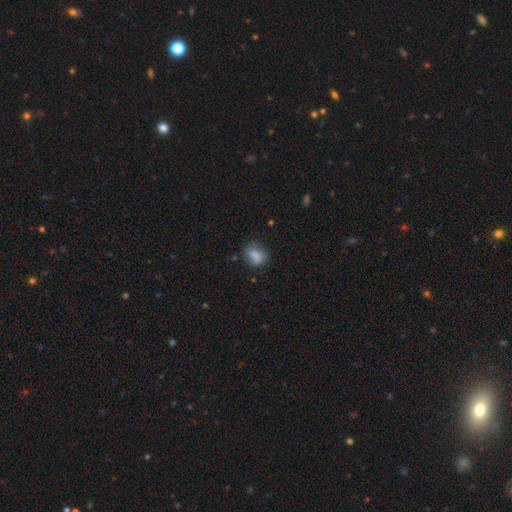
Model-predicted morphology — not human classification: A smooth galaxy with no disk features (78%) that is in between round and cigar-shaped (61%).

Vote fractions:
- Smooth or featured? smooth: 78% / featured or disk: 12% / star or artifact: 10%
- How rounded? in between: 61% / round: 36% / cigar-shaped: 3%
- Merging? none: 58% / minor disturbance: 26% / major disturbance: 10% / merger: 6%